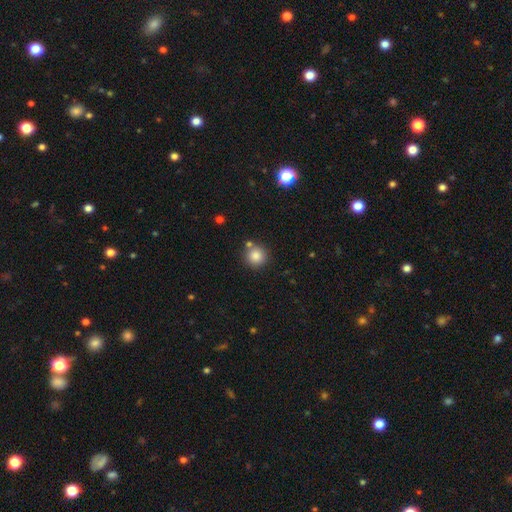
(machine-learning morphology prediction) smooth-or-featured: smooth: 84% | star or artifact: 11% | featured or disk: 5%
  how-rounded: round: 94% | in between: 5% | cigar-shaped: 1%
  merging: none: 78% | merger: 10% | minor disturbance: 9% | major disturbance: 3%